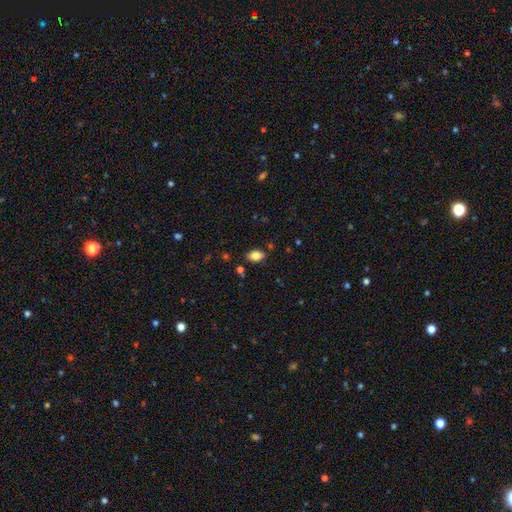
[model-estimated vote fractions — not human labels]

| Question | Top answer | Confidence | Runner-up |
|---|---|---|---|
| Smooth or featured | smooth | 82% | star or artifact (9%) |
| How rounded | in between | 88% | round (9%) |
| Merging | none | 83% | minor disturbance (11%) |